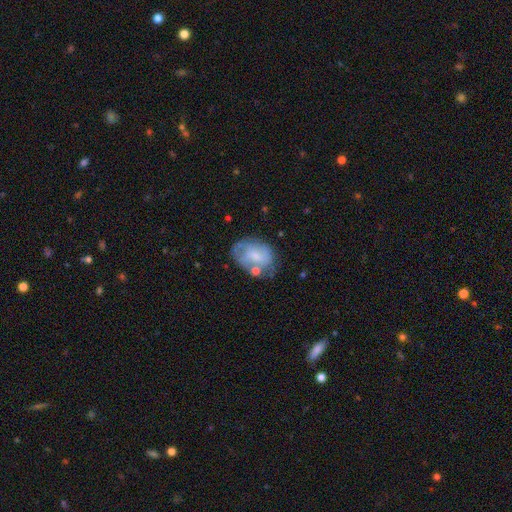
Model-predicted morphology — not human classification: smooth-or-featured: featured or disk: 52% | smooth: 40% | star or artifact: 8%
  disk-edge-on: no: 97% | yes: 3%
    bar: no: 60% | weak: 34% | strong: 6%
    has-spiral-arms: yes: 58% | no: 42%
    bulge-size: small: 43% | moderate: 33% | none: 18% | large: 4% | dominant: 1%
  merging: none: 48% | minor disturbance: 26% | major disturbance: 14% | merger: 12%